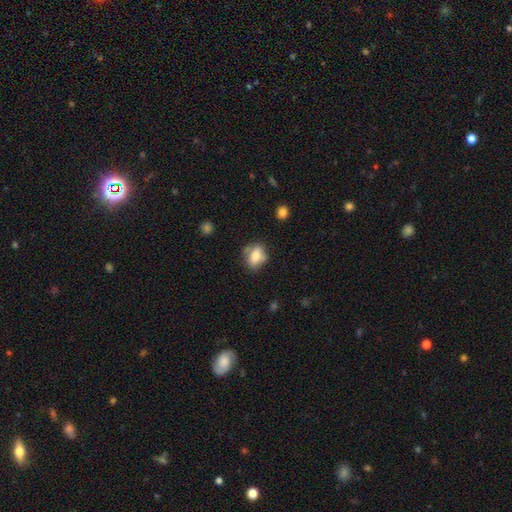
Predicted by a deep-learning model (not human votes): Smooth or featured: smooth — 74% (featured or disk — 18%)
How rounded: in between — 68% (round — 28%)
Merging: none — 68% (minor disturbance — 21%)